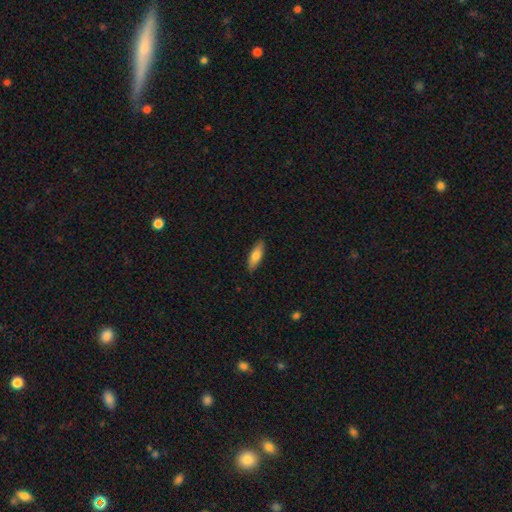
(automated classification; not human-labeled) Smooth or featured? Predicted: smooth (p=0.76). How rounded? Predicted: in between (p=0.57). Merging? Predicted: none (p=0.87).